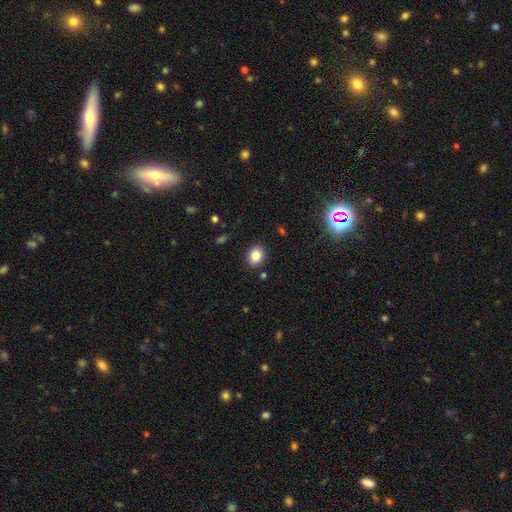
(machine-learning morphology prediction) A smooth galaxy with no disk features (84%) that is round (54%). Merging: none (88%).